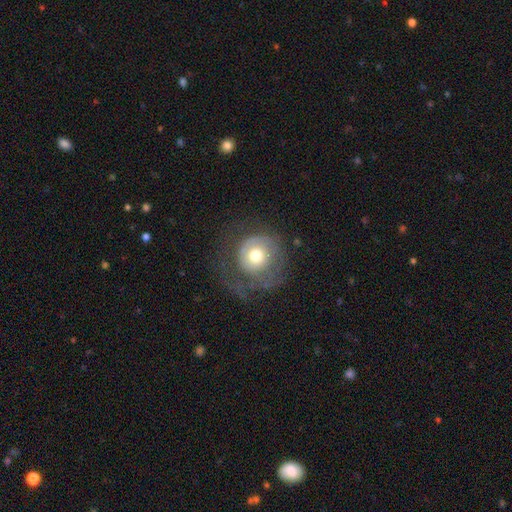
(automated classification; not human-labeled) Smooth or featured? Predicted: smooth (p=0.55). How rounded? Predicted: round (p=0.89). Merging? Predicted: none (p=0.42).